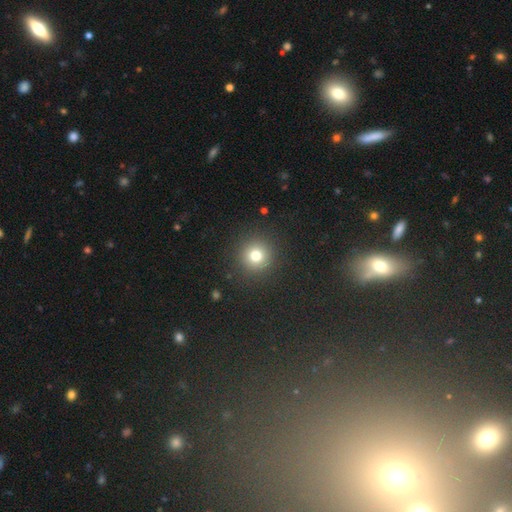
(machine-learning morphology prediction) smooth 76%, star or artifact 16%, featured or disk 8%. Down the decision tree: how rounded — round (95%); merging — none (91%).